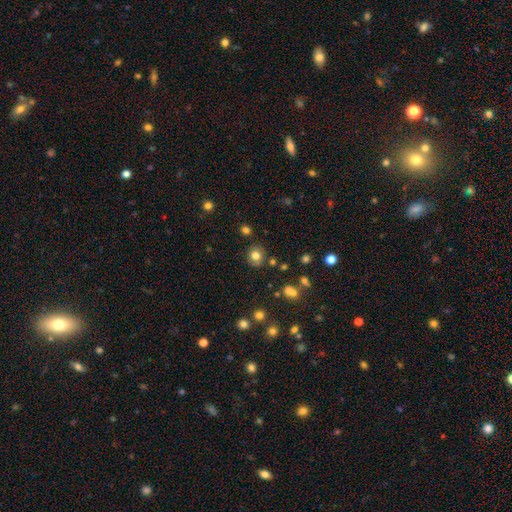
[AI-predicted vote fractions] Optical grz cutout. It shows a smooth galaxy with no disk features (78%) that is round (83%). Merging: none (82%).